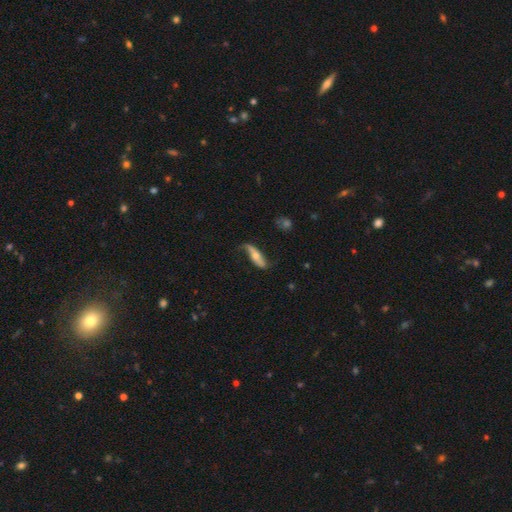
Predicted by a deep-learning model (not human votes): Smooth or featured? Predicted: featured or disk (p=0.55). Edge-on disk? Predicted: no (p=0.61). Merging? Predicted: none (p=0.57).